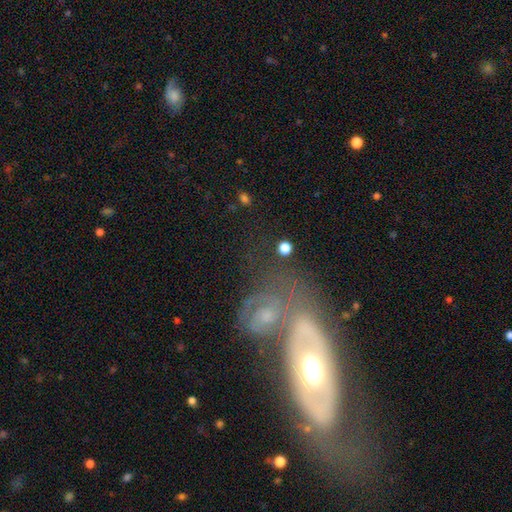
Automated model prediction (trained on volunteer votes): Smooth or featured: featured or disk — 67% (smooth — 24%)
Edge-on disk: no — 84% (yes — 16%)
Bar: no — 75% (weak — 16%)
Spiral arms: no — 55% (yes — 45%)
Bulge size: moderate — 64% (large — 17%)
Merging: none — 47% (merger — 25%)